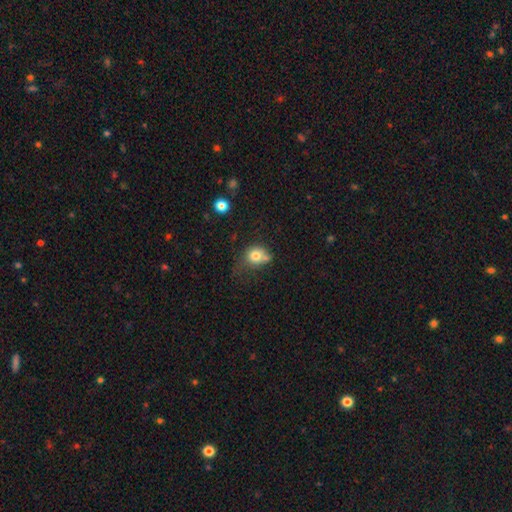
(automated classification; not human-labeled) This is likely a smooth galaxy (77%). How rounded: likely round (69%). Merging: marginally none (40%).